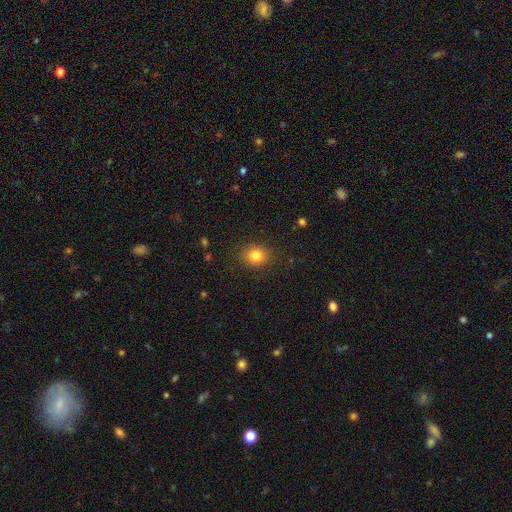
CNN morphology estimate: smooth-or-featured: smooth: 82% | star or artifact: 11% | featured or disk: 7%
  how-rounded: round: 67% | in between: 33% | cigar-shaped: 1%
  merging: none: 87% | minor disturbance: 9% | major disturbance: 3% | merger: 1%